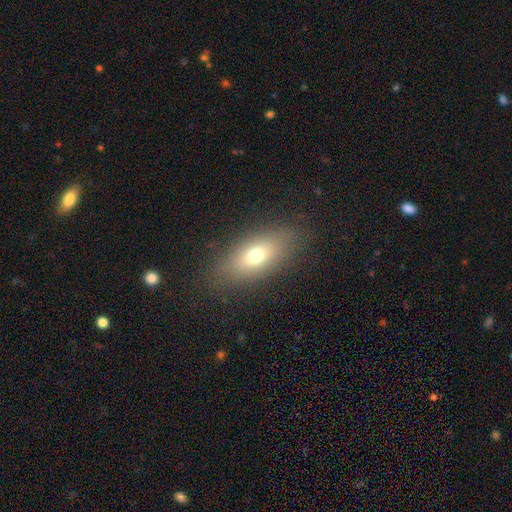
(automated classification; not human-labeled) Smooth or featured? Predicted: smooth (p=0.68). How rounded? Predicted: in between (p=0.81). Merging? Predicted: none (p=0.83).